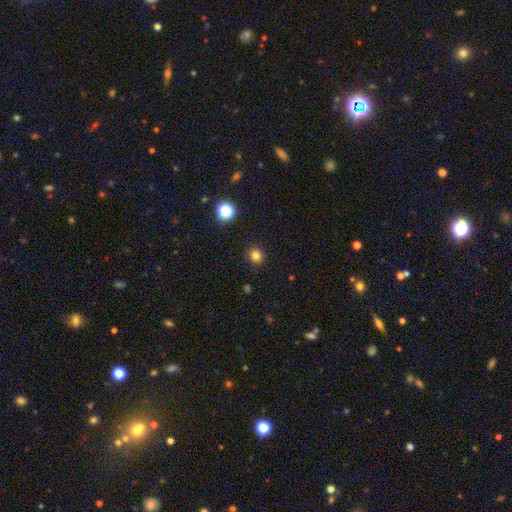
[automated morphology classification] Smooth or featured?
  - smooth: 81% *
  - star or artifact: 14%
  - featured or disk: 5%
How rounded?
  - round: 88% *
  - in between: 11%
  - cigar-shaped: 1%
Merging?
  - none: 90% *
  - minor disturbance: 7%
  - major disturbance: 2%
  - merger: 1%